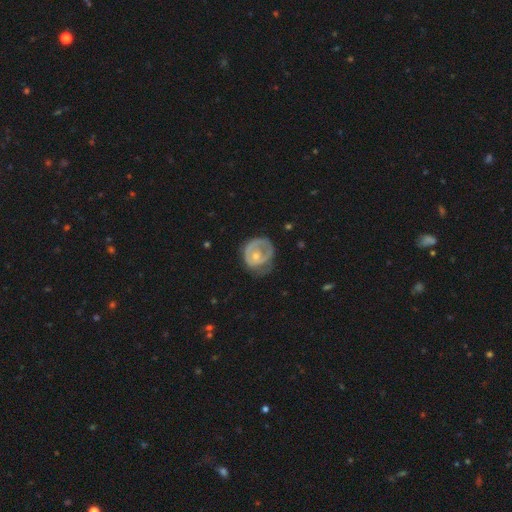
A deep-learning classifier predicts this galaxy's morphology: The model was most divided on "merging": none: 36%, minor disturbance: 31%, major disturbance: 30%, merger: 2%. Remaining: edge-on disk — no (97%); bar — no (78%); spiral arms — no (58%); smooth or featured — featured or disk (56%); bulge size — moderate (50%).